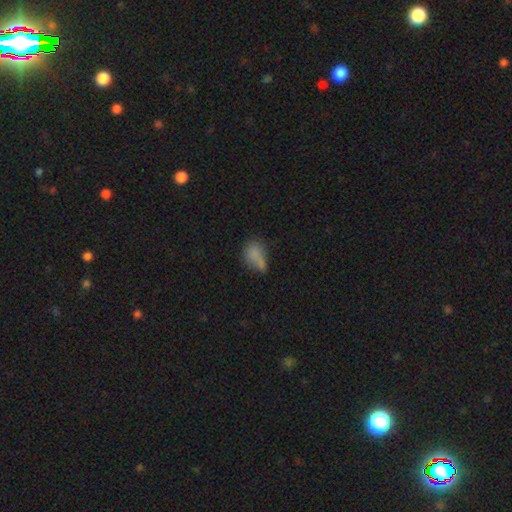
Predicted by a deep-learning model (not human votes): Overall: smooth (74%). How rounded: in between (76%). Merging: none (38%; minor disturbance 26%).